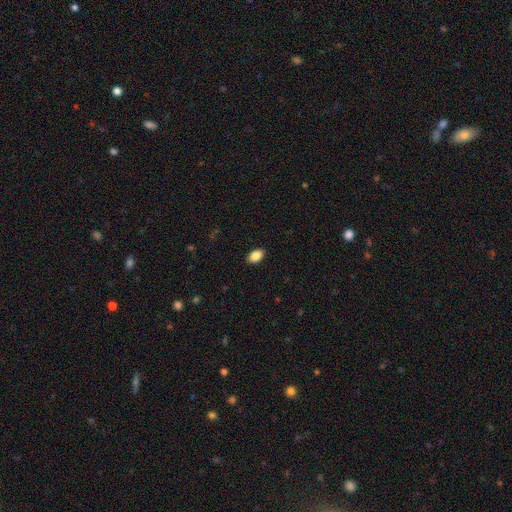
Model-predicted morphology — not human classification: smooth_or_featured: smooth (p=0.87) [alt: star or artifact p=0.08]
how_rounded: in between (p=0.89) [alt: round p=0.09]
merging: none (p=0.89) [alt: minor disturbance p=0.08]